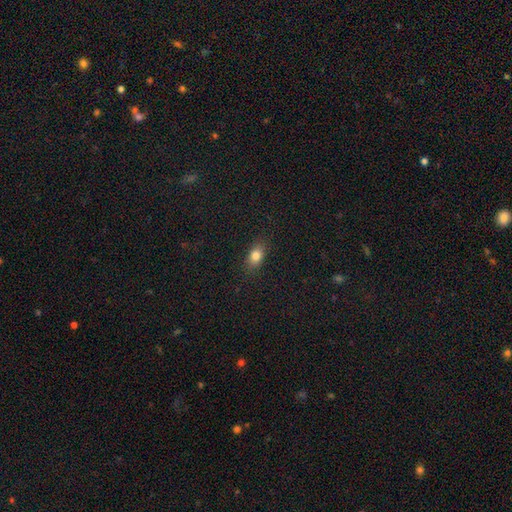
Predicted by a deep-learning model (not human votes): Morphology: type=smooth (80%); roundness=in between (79%); merging=none (86%).